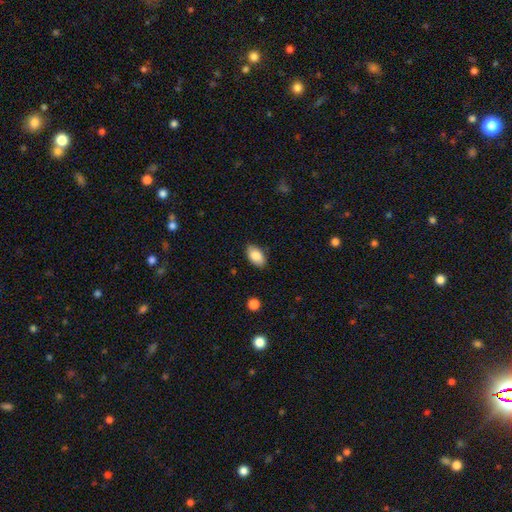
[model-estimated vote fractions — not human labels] Overall: smooth (86%). How rounded: in between (93%). Merging: none (86%).